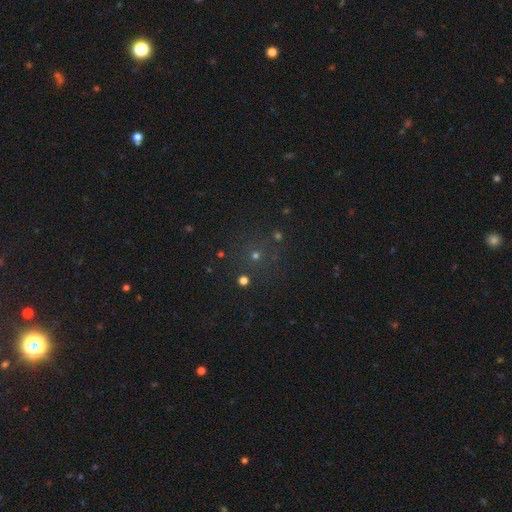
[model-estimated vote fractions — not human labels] smooth_or_featured: smooth (p=0.46) [alt: star or artifact p=0.45]
merging: none (p=0.81) [alt: minor disturbance p=0.09]